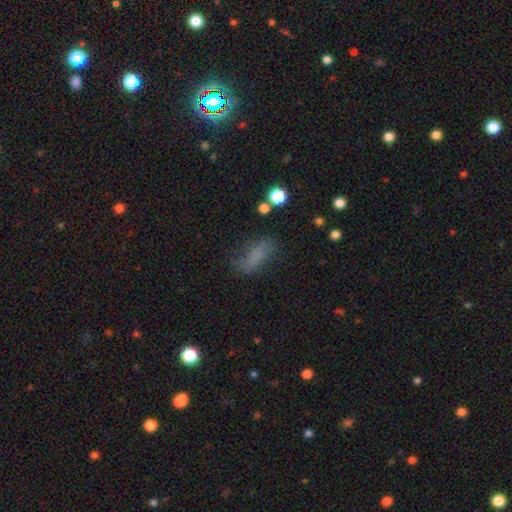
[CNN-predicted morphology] Smooth or featured?
  - smooth: 69% *
  - featured or disk: 16%
  - star or artifact: 15%
How rounded?
  - in between: 68% *
  - cigar-shaped: 27%
  - round: 5%
Merging?
  - none: 58% *
  - minor disturbance: 24%
  - major disturbance: 14%
  - merger: 3%